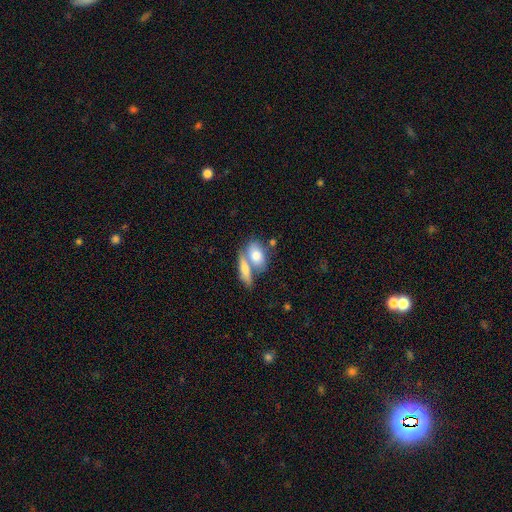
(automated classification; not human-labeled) smooth 74%, featured or disk 21%, star or artifact 6%. Down the decision tree: how rounded — in between (82%); merging — merger (56%).